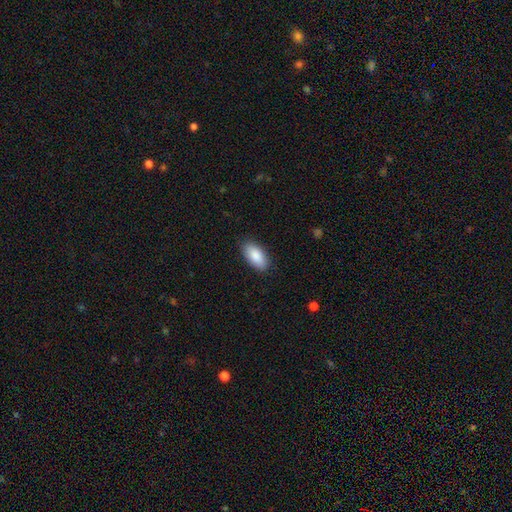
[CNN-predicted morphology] Smooth or featured? Predicted: smooth (p=0.88). How rounded? Predicted: in between (p=0.93). Merging? Predicted: none (p=0.88).